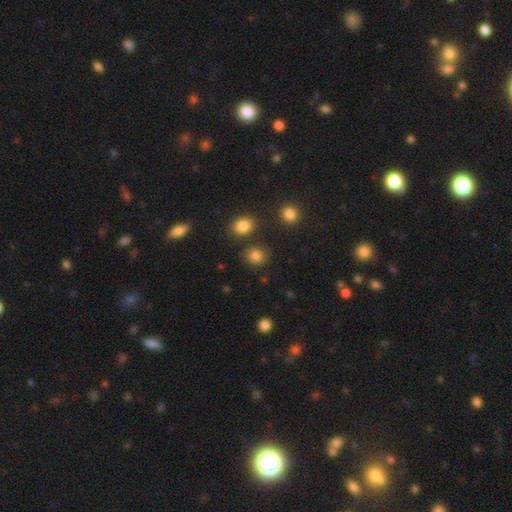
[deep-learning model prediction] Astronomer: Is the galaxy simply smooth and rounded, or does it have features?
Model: smooth — 81%.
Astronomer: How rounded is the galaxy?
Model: round — 74%.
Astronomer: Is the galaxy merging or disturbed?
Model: none — 78%.